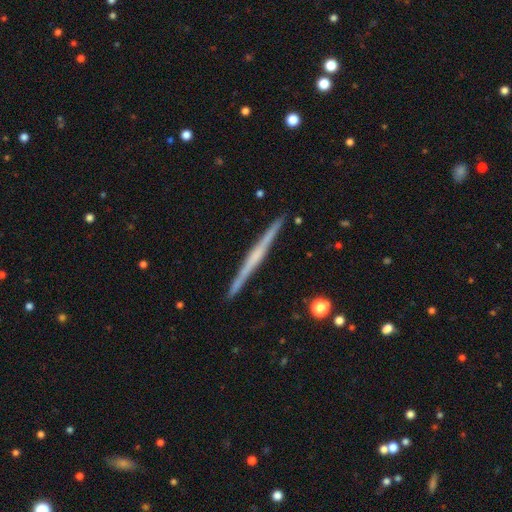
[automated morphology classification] Smooth or featured: featured or disk — 73% (smooth — 21%)
Edge-on disk: yes — 98% (no — 2%)
Edge-on bulge: none — 49% (rounded — 36%)
Merging: none — 92% (minor disturbance — 6%)